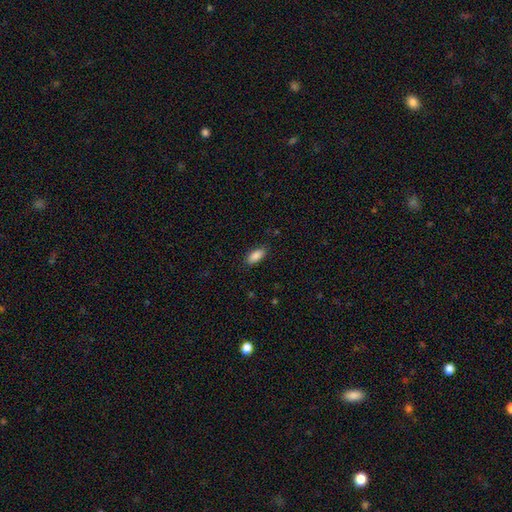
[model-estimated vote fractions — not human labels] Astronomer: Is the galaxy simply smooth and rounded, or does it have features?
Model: smooth — 88%.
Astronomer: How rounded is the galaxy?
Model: in between — 88%.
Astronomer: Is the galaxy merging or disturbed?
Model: none — 86%.